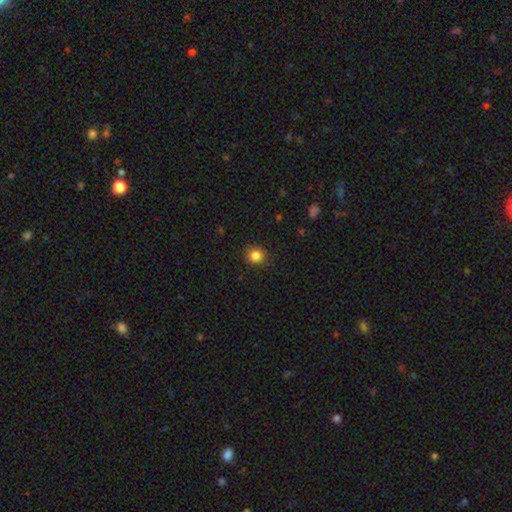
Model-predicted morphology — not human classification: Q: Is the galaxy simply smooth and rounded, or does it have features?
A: smooth — 85%.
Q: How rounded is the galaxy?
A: round — 85%.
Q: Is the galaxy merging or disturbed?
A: none — 88%.